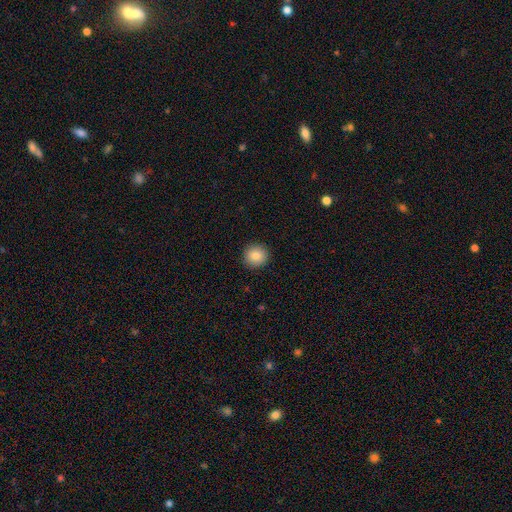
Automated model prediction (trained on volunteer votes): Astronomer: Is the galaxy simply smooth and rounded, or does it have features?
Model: smooth — 85%.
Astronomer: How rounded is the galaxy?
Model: round — 92%.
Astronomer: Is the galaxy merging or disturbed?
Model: none — 92%.